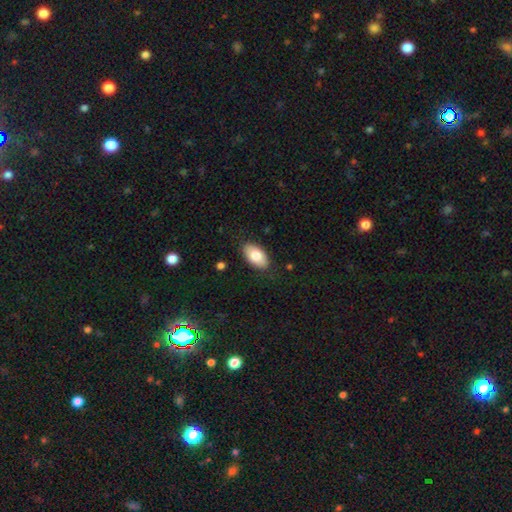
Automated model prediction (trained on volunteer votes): Smooth or featured? Predicted: smooth (p=0.81). How rounded? Predicted: in between (p=0.95). Merging? Predicted: none (p=0.84).